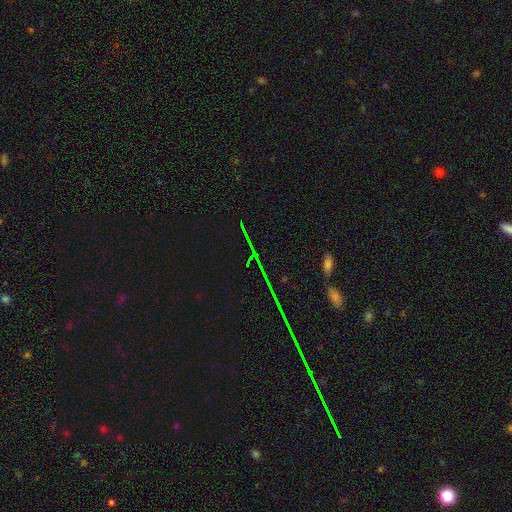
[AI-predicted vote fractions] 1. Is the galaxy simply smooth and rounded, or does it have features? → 81% star or artifact, 11% featured or disk, 8% smooth.